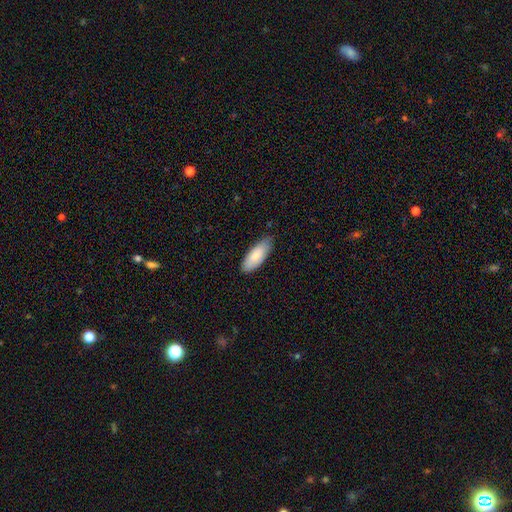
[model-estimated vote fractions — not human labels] This appears to be a smooth galaxy with no disk features (82%) that is in between round and cigar-shaped (78%). Merging: none (78%).